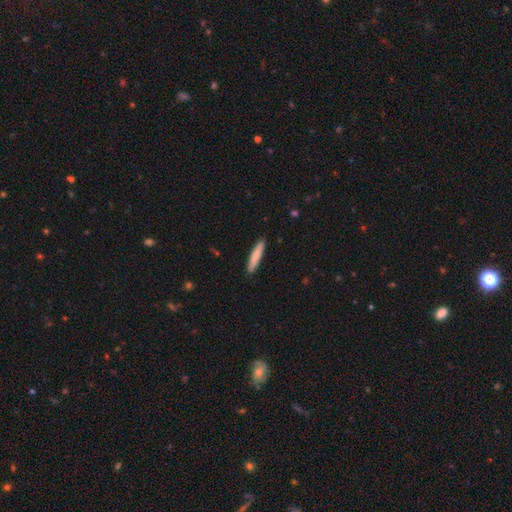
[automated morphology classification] This appears to be a smooth galaxy with no disk features (82%) that is cigar-shaped (90%). Merging: none (91%).